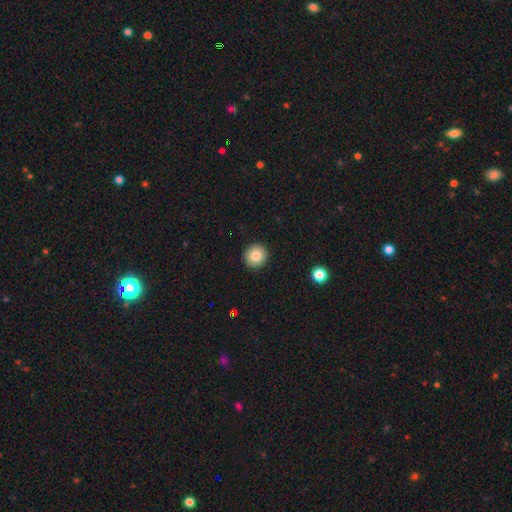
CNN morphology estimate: This is clearly a smooth galaxy (84%). How rounded: clearly round (90%). Merging: clearly none (93%).